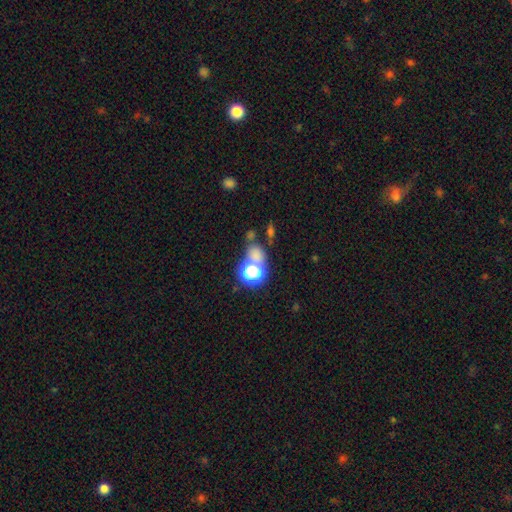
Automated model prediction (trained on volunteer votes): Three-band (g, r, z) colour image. It shows a smooth galaxy with no disk features (60%) that is round (65%). Merging: none (50%).